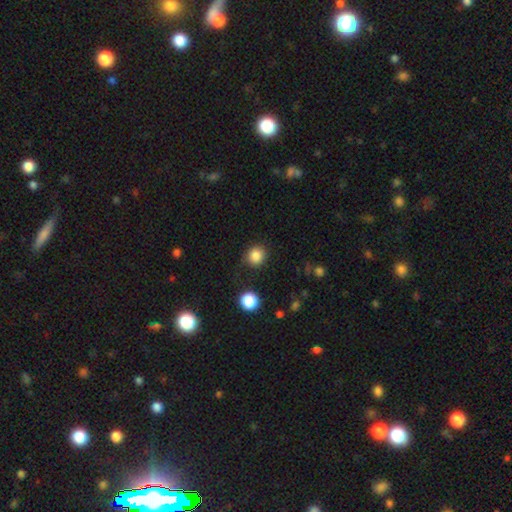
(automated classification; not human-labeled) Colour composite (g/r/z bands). It shows a smooth galaxy with no disk features (85%) that is round (86%). Merging: none (85%).